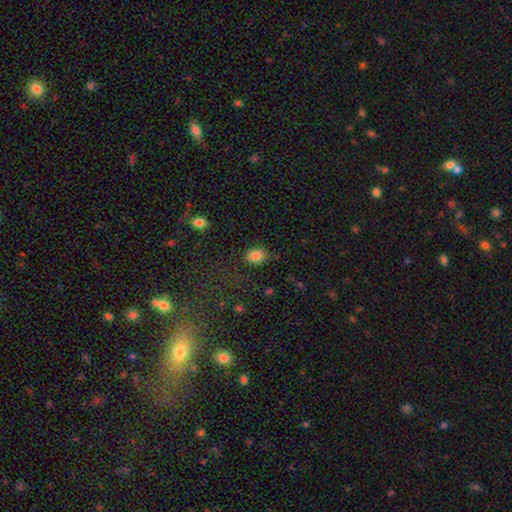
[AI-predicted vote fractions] smooth-or-featured: smooth: 84% | star or artifact: 11% | featured or disk: 6%
  how-rounded: in between: 59% | round: 40% | cigar-shaped: 1%
  merging: none: 80% | minor disturbance: 14% | major disturbance: 4% | merger: 2%